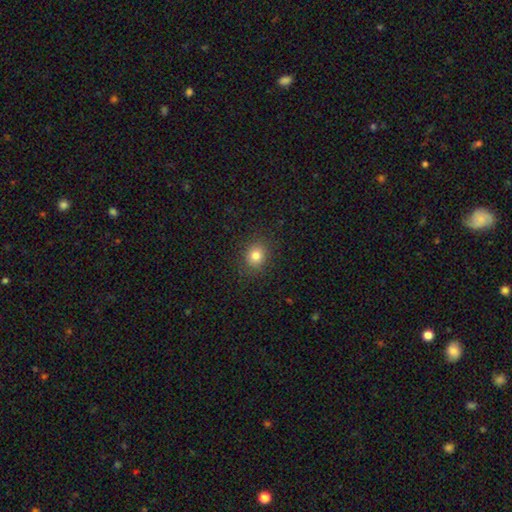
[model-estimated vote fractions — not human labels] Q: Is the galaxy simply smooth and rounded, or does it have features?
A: smooth — 82%.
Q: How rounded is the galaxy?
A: round — 74%.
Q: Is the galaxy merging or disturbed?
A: none — 88%.